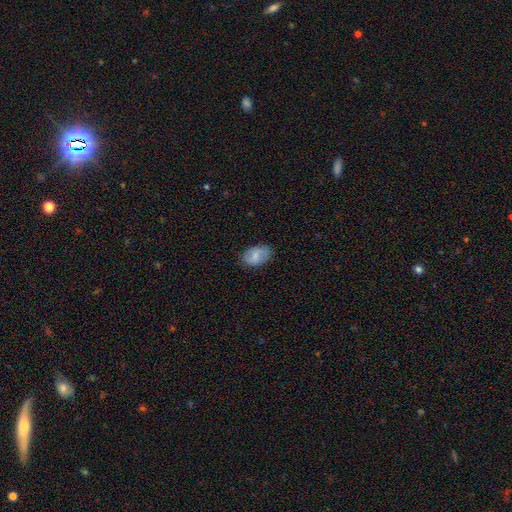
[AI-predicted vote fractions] The model was most divided on "smooth or featured": smooth: 72%, featured or disk: 20%, star or artifact: 7%. More confident: how rounded — in between (88%); merging — none (79%).